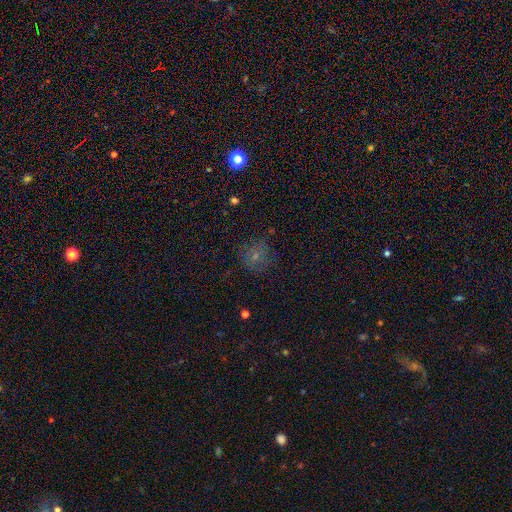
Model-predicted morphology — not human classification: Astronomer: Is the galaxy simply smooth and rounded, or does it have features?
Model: smooth — 59%.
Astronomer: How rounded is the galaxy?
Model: round — 86%.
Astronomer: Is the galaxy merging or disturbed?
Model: none — 73%.